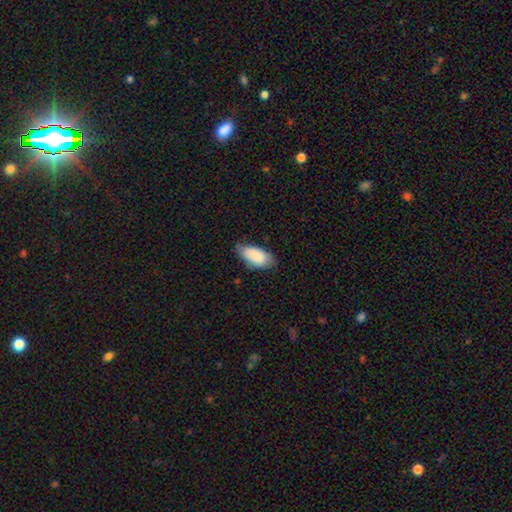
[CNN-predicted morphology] The model was most divided on "merging": none: 64%, minor disturbance: 30%, major disturbance: 5%, merger: 1%. More confident: how rounded — in between (93%); smooth or featured — smooth (86%).